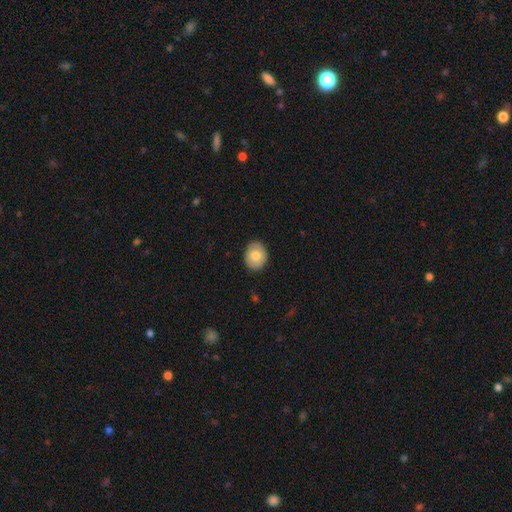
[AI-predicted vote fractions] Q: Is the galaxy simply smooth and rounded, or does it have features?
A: smooth — 78%.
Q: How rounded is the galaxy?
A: round — 51%.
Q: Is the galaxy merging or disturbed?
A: none — 86%.